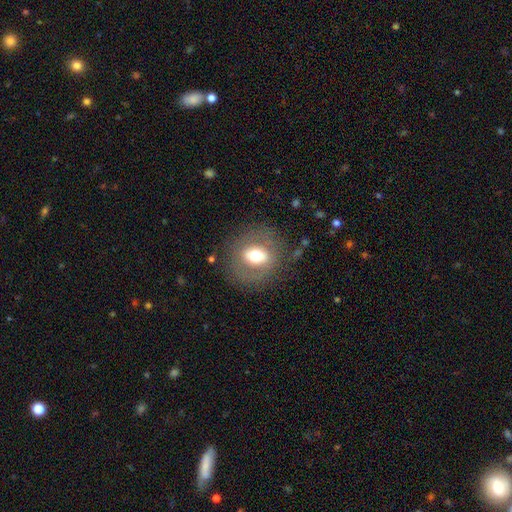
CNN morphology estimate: smooth_or_featured: smooth (p=0.52) [alt: featured or disk p=0.39]
how_rounded: round (p=0.60) [alt: in between p=0.38]
merging: none (p=0.76) [alt: minor disturbance p=0.13]